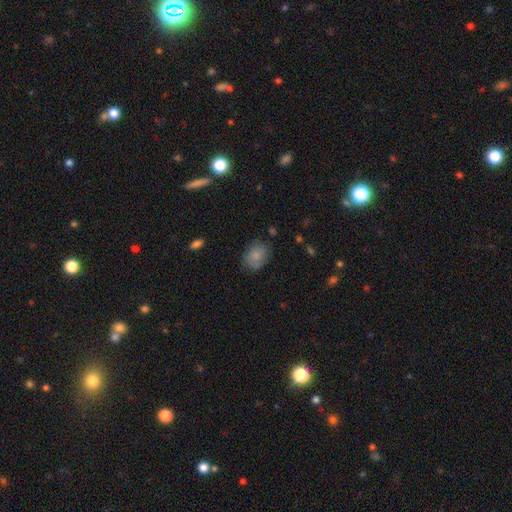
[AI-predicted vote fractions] A smooth galaxy with no disk features (81%) that is in between round and cigar-shaped (68%). Merging: none (72%).